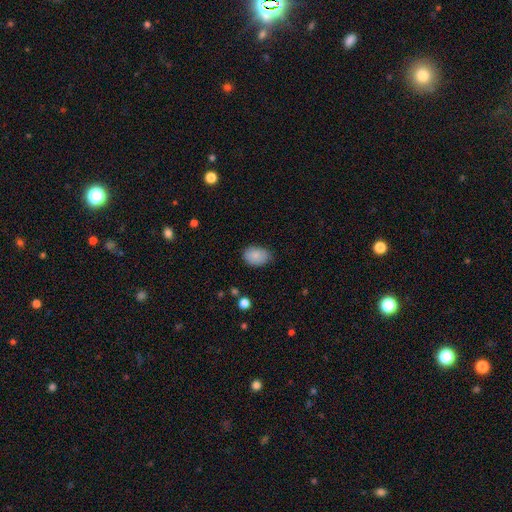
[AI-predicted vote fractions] This appears to be a smooth galaxy with no disk features (85%) that is in between round and cigar-shaped (80%). Merging: none (71%).